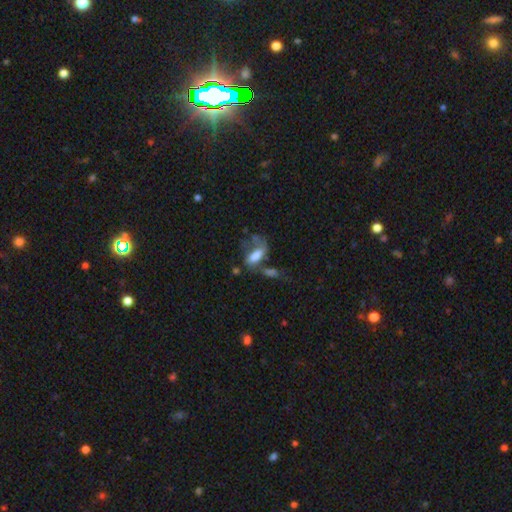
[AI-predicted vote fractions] A smooth galaxy with no disk features (56%) that is in between round and cigar-shaped (82%).

Vote fractions:
- Smooth or featured? smooth: 56% / featured or disk: 34% / star or artifact: 10%
- How rounded? in between: 82% / cigar-shaped: 13% / round: 5%
- Merging? major disturbance: 34% / merger: 27% / none: 23% / minor disturbance: 15%